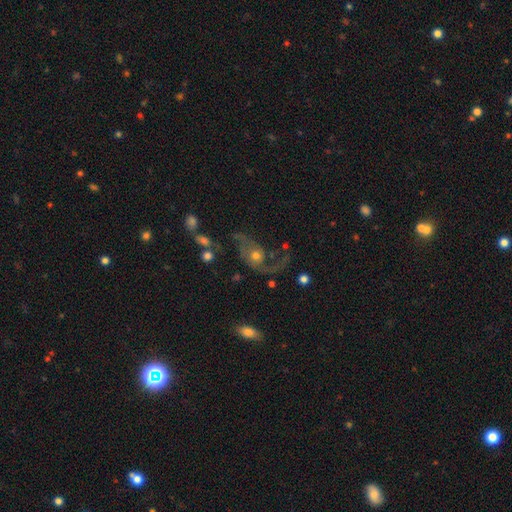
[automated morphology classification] Smooth or featured: featured or disk — 76% (smooth — 15%)
Edge-on disk: no — 96% (yes — 4%)
Bar: no — 76% (weak — 20%)
Spiral arms: yes — 90% (no — 10%)
Spiral winding: loose — 73% (medium — 22%)
Spiral arm count: 2 — 76% (1 — 16%)
Bulge size: moderate — 60% (small — 27%)
Merging: none — 46% (major disturbance — 30%)